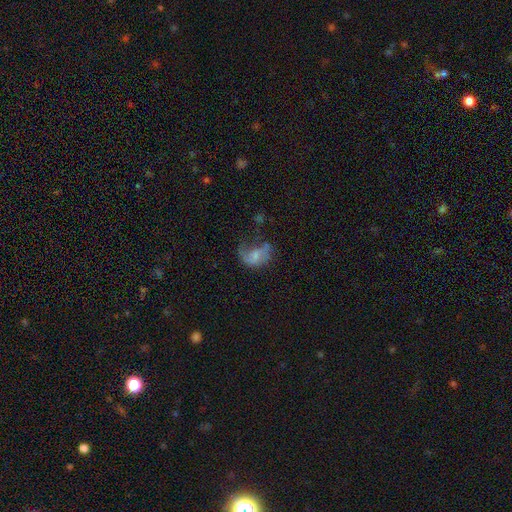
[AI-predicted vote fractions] Overall: featured or disk (46%; smooth 43%). Merging: major disturbance (50%; none 24%).